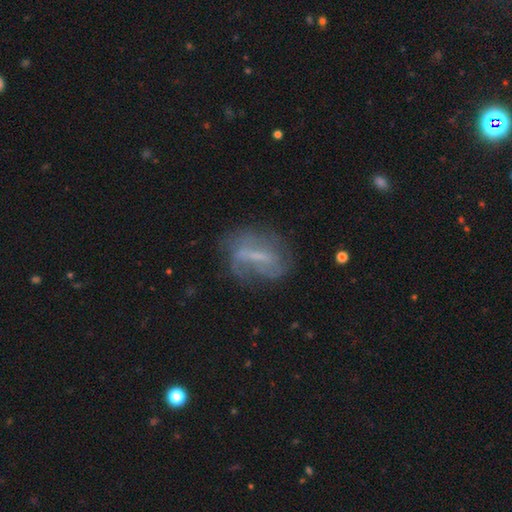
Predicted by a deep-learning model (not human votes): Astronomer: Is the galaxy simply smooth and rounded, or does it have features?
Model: featured or disk — 62%.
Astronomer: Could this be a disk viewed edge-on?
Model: no — 88%.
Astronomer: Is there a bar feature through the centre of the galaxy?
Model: strong — 48% (runner-up: weak, 35%).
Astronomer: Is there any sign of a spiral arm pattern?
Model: yes — 54% (runner-up: no, 46%).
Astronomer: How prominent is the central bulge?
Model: small — 44% (runner-up: none, 32%).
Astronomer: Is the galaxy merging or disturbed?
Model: none — 57%.